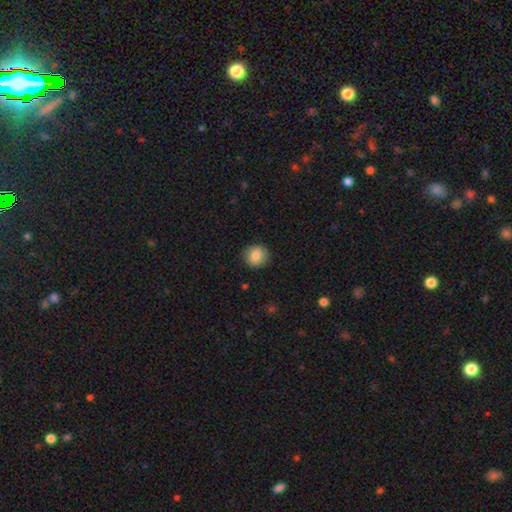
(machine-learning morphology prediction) smooth-or-featured: smooth: 83% | featured or disk: 9% | star or artifact: 8%
  how-rounded: round: 86% | in between: 13% | cigar-shaped: 1%
  merging: none: 88% | minor disturbance: 9% | major disturbance: 2% | merger: 1%